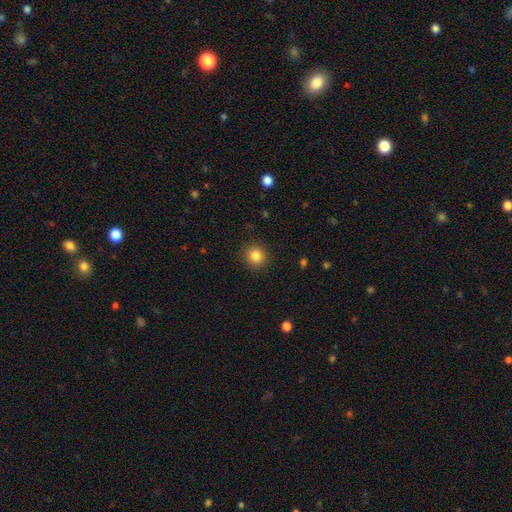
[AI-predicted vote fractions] A smooth galaxy with no disk features (84%) that is round (90%).

Vote fractions:
- Smooth or featured? smooth: 84% / star or artifact: 11% / featured or disk: 5%
- How rounded? round: 90% / in between: 9% / cigar-shaped: 1%
- Merging? none: 91% / minor disturbance: 6% / major disturbance: 2% / merger: 1%